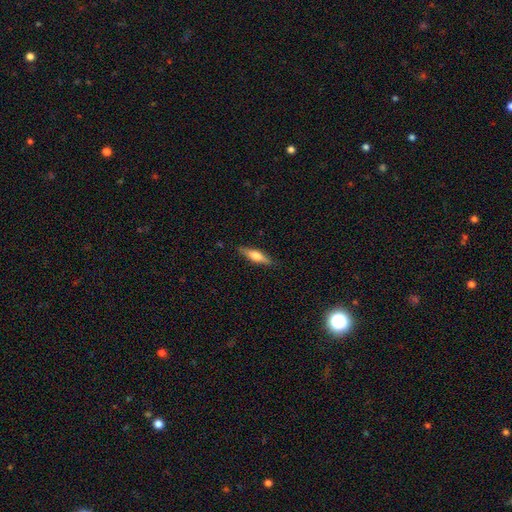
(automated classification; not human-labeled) Morphology: type=smooth (54%); roundness=cigar-shaped (70%); merging=none (86%).